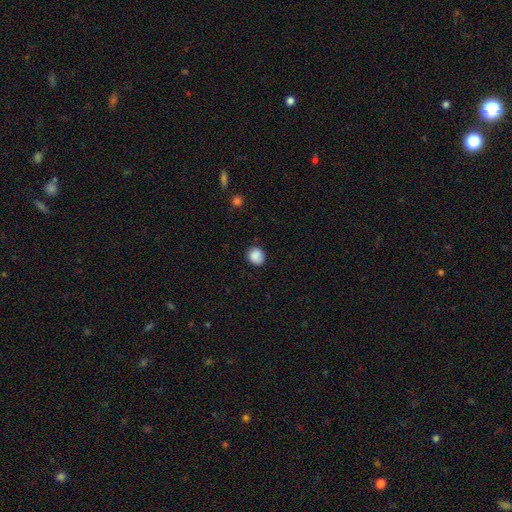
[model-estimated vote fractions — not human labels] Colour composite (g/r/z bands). It shows a smooth galaxy with no disk features (88%) that is round (74%). Merging: none (84%).